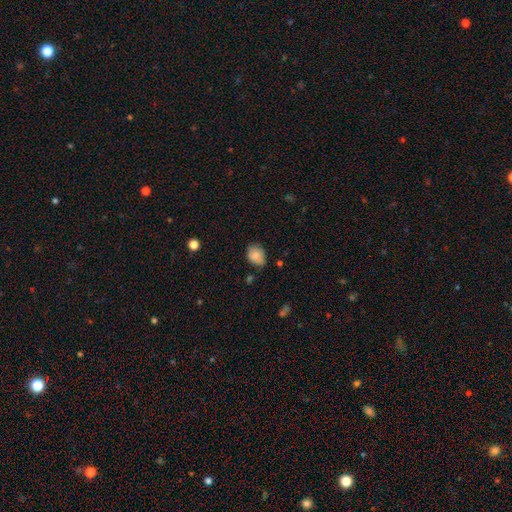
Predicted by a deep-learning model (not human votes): A smooth galaxy with no disk features (81%) that is in between round and cigar-shaped (51%). Merging: none (63%).